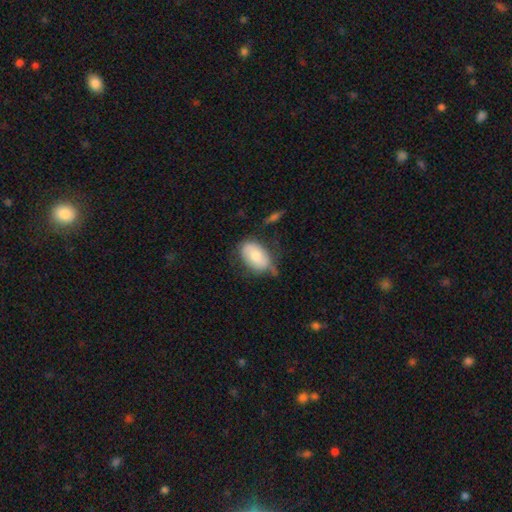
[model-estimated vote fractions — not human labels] This appears to be a smooth galaxy with no disk features (71%) that is in between round and cigar-shaped (89%). Merging: none (54%).